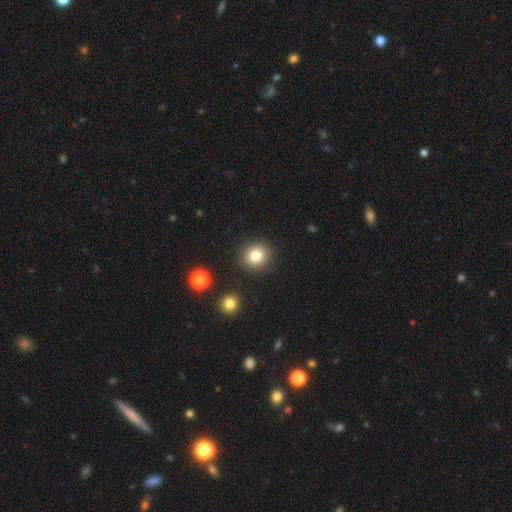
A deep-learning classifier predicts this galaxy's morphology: smooth 82%, star or artifact 11%, featured or disk 7%. Down the decision tree: how rounded — round (90%); merging — none (89%).